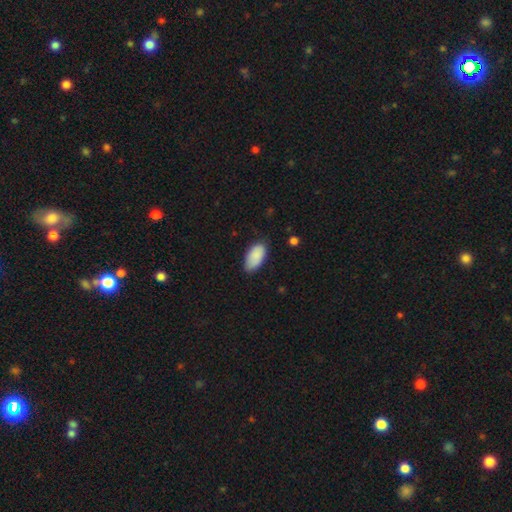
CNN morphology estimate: smooth_or_featured: smooth (p=0.89) [alt: star or artifact p=0.06]
how_rounded: in between (p=0.95) [alt: cigar-shaped p=0.03]
merging: none (p=0.75) [alt: minor disturbance p=0.21]